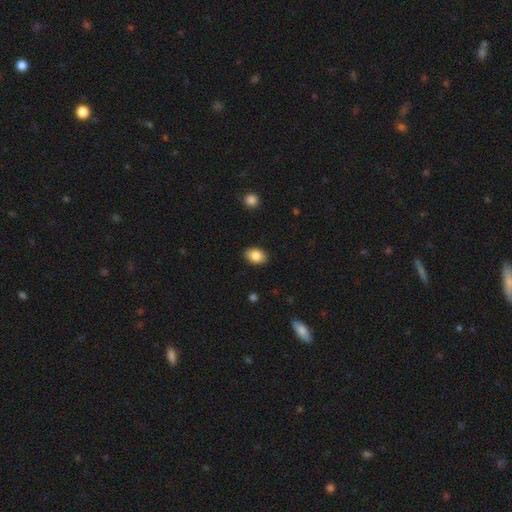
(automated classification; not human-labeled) Overall: smooth (86%). How rounded: in between (83%). Merging: none (89%).